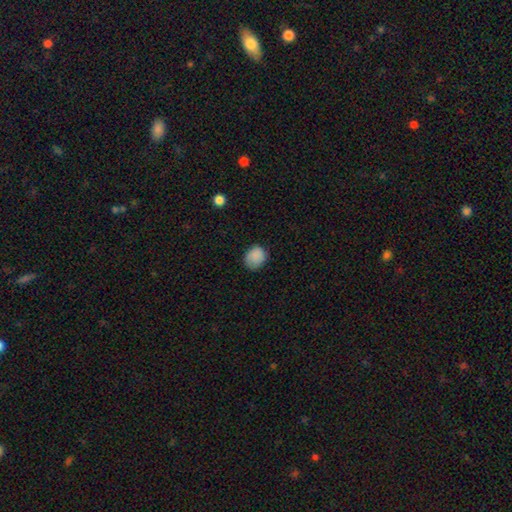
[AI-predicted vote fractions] Smooth or featured?
  - smooth: 87% *
  - star or artifact: 9%
  - featured or disk: 4%
How rounded?
  - round: 57% *
  - in between: 42%
  - cigar-shaped: 1%
Merging?
  - none: 74% *
  - minor disturbance: 21%
  - major disturbance: 4%
  - merger: 1%